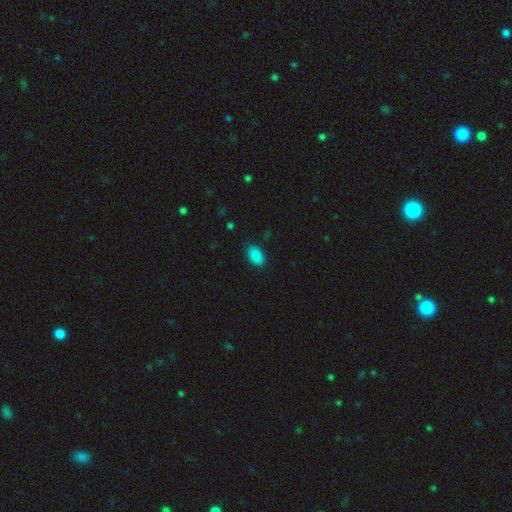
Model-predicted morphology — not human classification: Smooth or featured? smooth (89%)
How rounded? in between (92%)
Merging? none (85%)